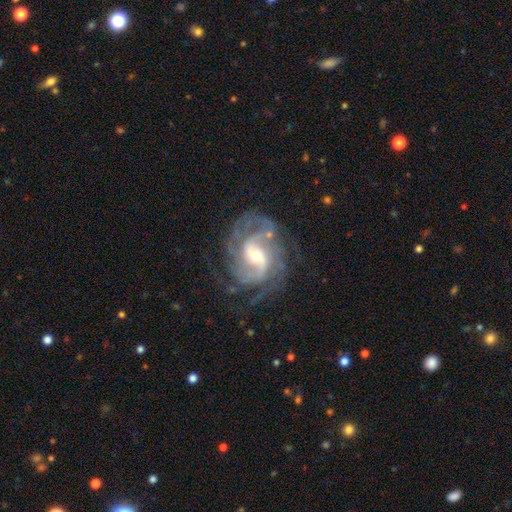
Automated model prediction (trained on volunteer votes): This appears to be a featured or disk galaxy (90%) with a weak bar (49%), 2 (32%) medium (46%) spiral arms (97%) and a moderate central bulge (54%). Merging: none (66%).